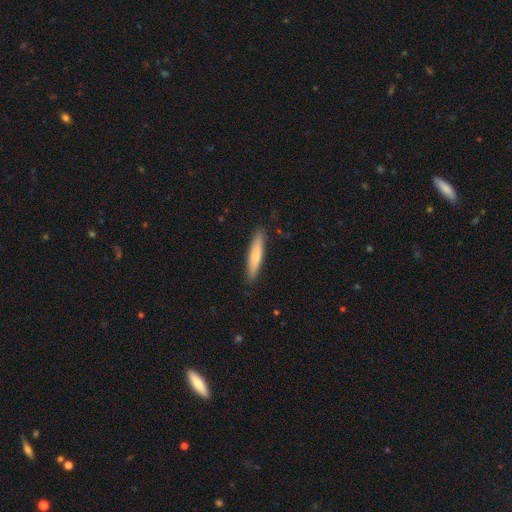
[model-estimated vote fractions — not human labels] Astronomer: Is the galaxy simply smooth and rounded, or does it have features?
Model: smooth — 72%.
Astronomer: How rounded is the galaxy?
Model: cigar-shaped — 88%.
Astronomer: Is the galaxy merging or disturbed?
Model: none — 89%.